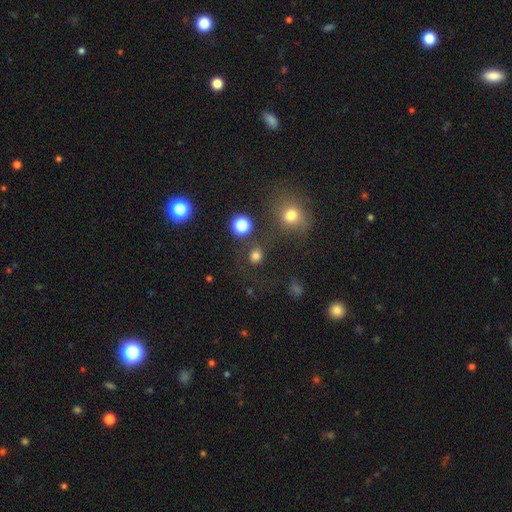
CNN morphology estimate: A smooth galaxy with no disk features (77%) that is round (81%). Merging: none (72%).